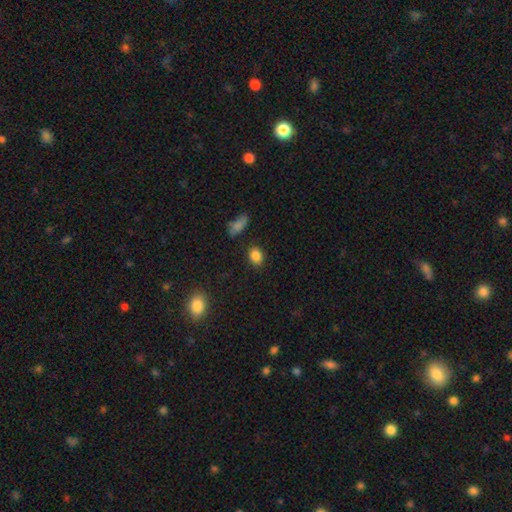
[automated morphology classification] This appears to be a smooth galaxy with no disk features (85%) that is round (49%, tied with in between). Merging: none (85%).